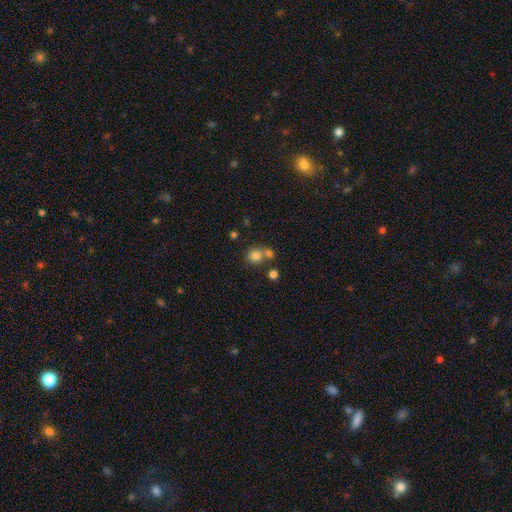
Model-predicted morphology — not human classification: Smooth or featured? Predicted: smooth (p=0.80). How rounded? Predicted: round (p=0.79). Merging? Predicted: none (p=0.52).